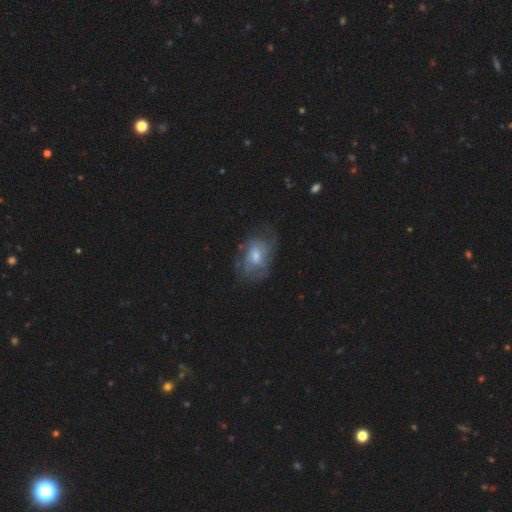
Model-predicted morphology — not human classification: This appears to be a featured or disk galaxy (60%) with no bar (65%), spiral arms (72%) and a moderate central bulge (58%). Merging: none (57%).